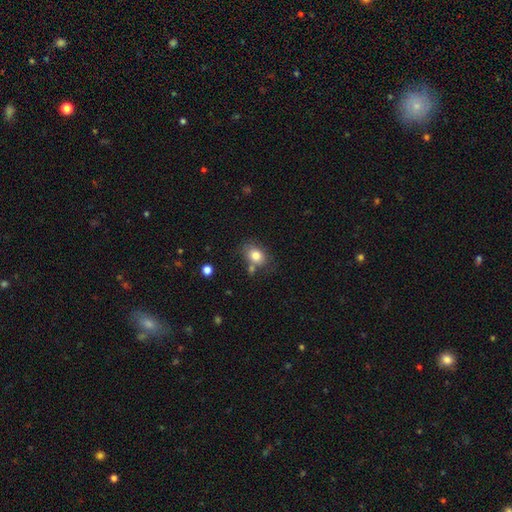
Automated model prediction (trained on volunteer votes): A smooth galaxy with no disk features (80%) that is in between round and cigar-shaped (68%).

Vote fractions:
- Smooth or featured? smooth: 80% / featured or disk: 10% / star or artifact: 9%
- How rounded? in between: 68% / round: 31% / cigar-shaped: 1%
- Merging? none: 63% / minor disturbance: 17% / merger: 14% / major disturbance: 5%